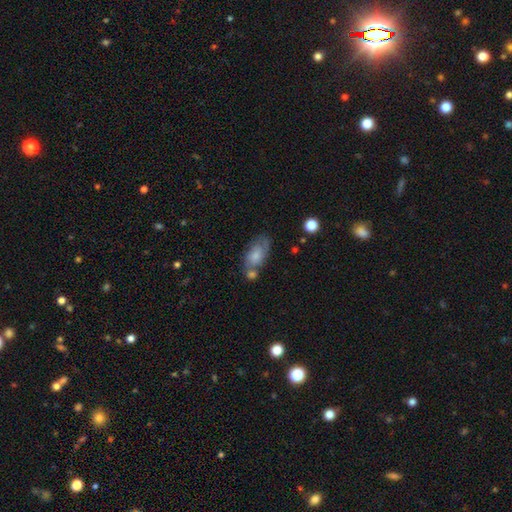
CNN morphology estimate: Smooth or featured: smooth — 64% (featured or disk — 28%)
How rounded: in between — 88% (cigar-shaped — 6%)
Merging: none — 44% (merger — 24%)